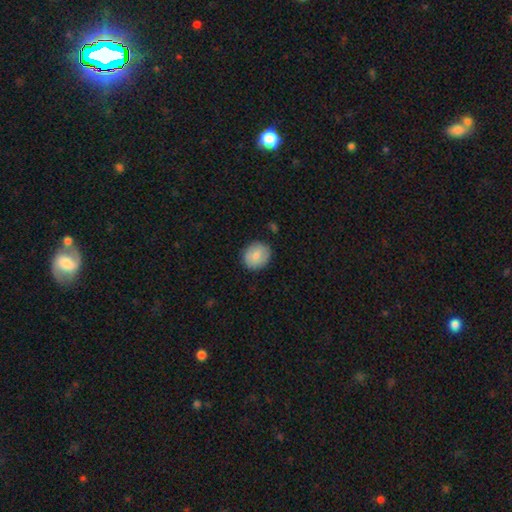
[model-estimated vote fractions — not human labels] Smooth or featured? Predicted: smooth (p=0.80). How rounded? Predicted: round (p=0.77). Merging? Predicted: none (p=0.84).